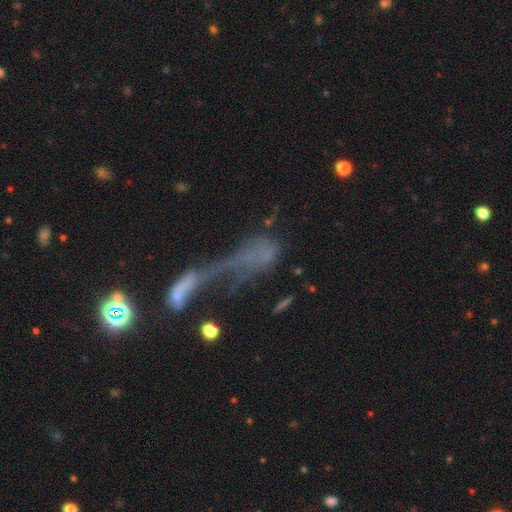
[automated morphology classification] Smooth or featured?
  - featured or disk: 40% *
  - smooth: 37%
  - star or artifact: 23%
Merging?
  - major disturbance: 44% *
  - merger: 36%
  - none: 12%
  - minor disturbance: 8%